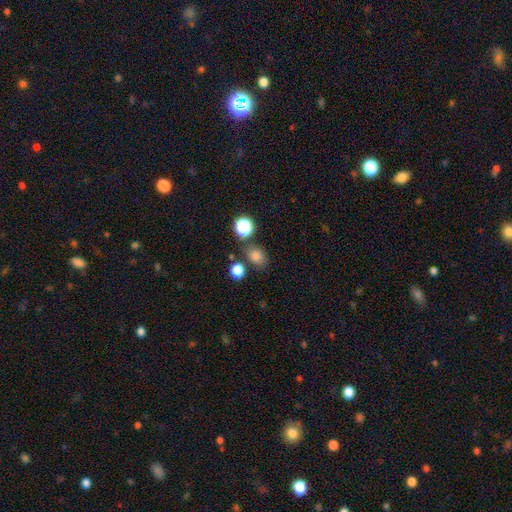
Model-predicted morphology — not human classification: smooth-or-featured: smooth: 77% | star or artifact: 16% | featured or disk: 7%
  how-rounded: in between: 58% | round: 41% | cigar-shaped: 1%
  merging: none: 68% | minor disturbance: 15% | merger: 11% | major disturbance: 5%